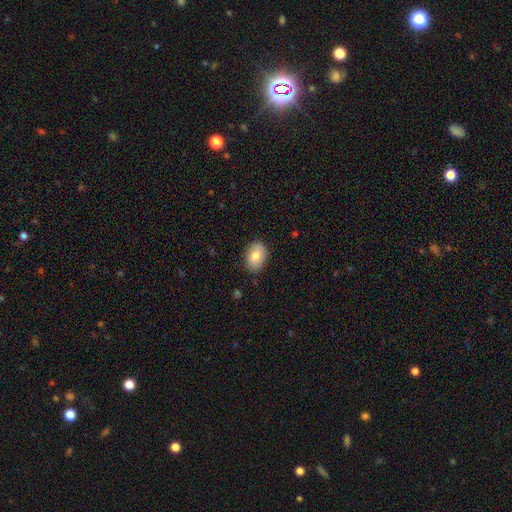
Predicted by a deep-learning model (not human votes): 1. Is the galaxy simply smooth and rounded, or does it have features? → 81% smooth, 13% featured or disk, 7% star or artifact.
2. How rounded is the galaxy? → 86% in between, 13% round, 1% cigar-shaped.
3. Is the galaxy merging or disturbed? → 83% none, 13% minor disturbance, 3% major disturbance, 1% merger.